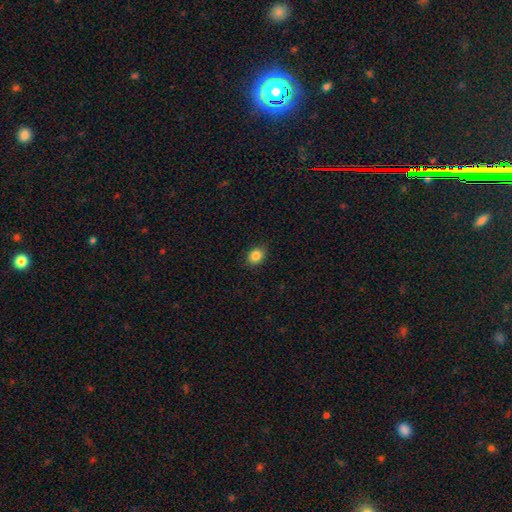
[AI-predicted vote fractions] This is clearly a smooth galaxy (85%). How rounded: possibly in between (51%). Merging: clearly none (89%).